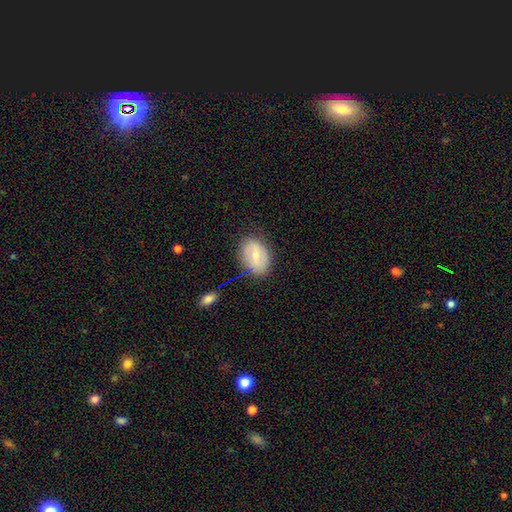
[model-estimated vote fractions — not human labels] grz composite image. It shows a smooth galaxy with no disk features (56%) that is in between round and cigar-shaped (81%). Merging: none (78%).